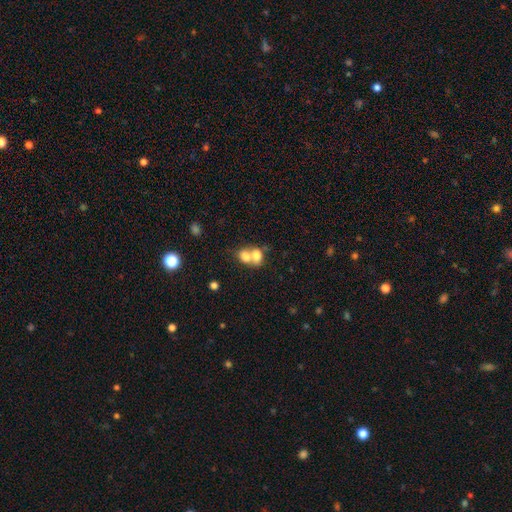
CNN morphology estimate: Overall: smooth (73%). How rounded: in between (61%; round 38%). Merging: merger (72%).